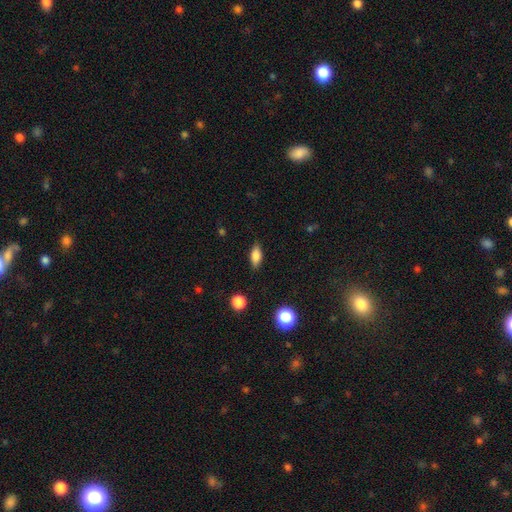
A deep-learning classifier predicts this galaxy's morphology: This appears to be a smooth galaxy with no disk features (77%) that is in between round and cigar-shaped (78%). Merging: none (83%).